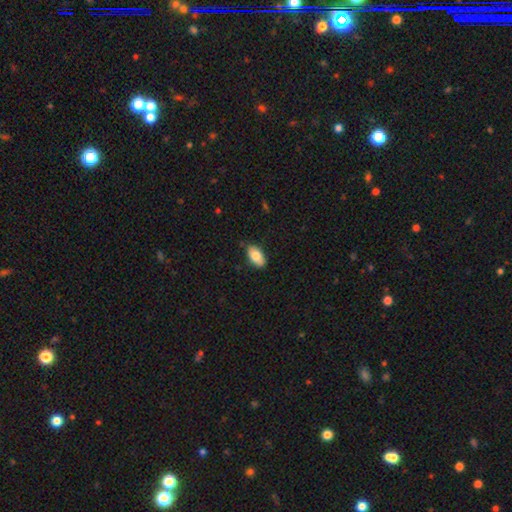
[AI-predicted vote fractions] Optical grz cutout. It shows a smooth galaxy with no disk features (80%) that is in between round and cigar-shaped (94%). Merging: none (83%).